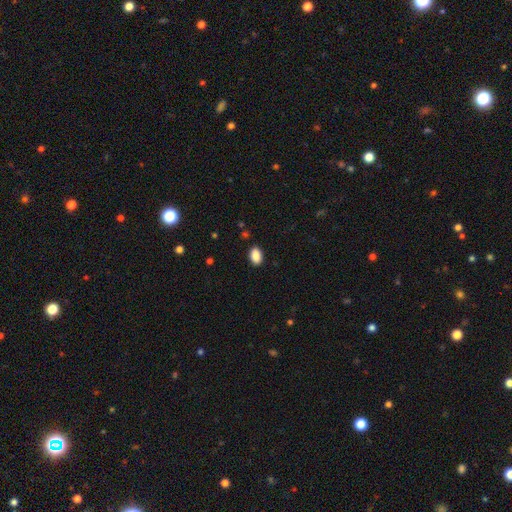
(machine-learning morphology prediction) smooth 89%, star or artifact 8%, featured or disk 4%. Down the decision tree: how rounded — in between (88%); merging — none (88%).